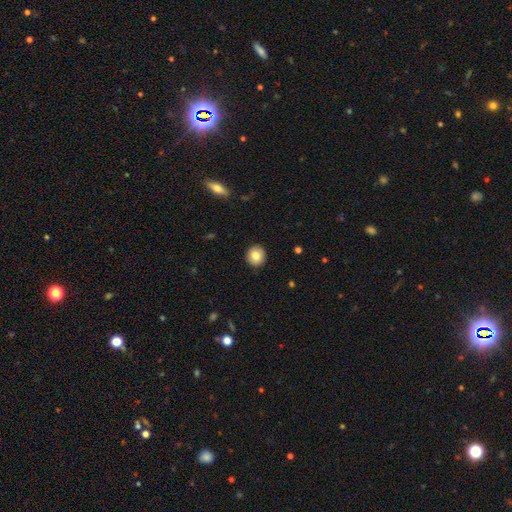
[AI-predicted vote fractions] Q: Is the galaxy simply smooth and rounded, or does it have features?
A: smooth — 82%.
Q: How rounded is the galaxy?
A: round — 88%.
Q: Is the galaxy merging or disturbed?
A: none — 91%.